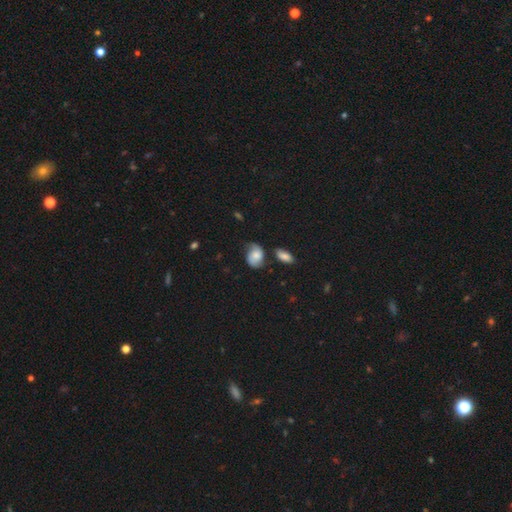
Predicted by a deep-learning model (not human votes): smooth 50%, featured or disk 41%, star or artifact 9%. Down the decision tree: how rounded — in between (71%); merging — none (53%).